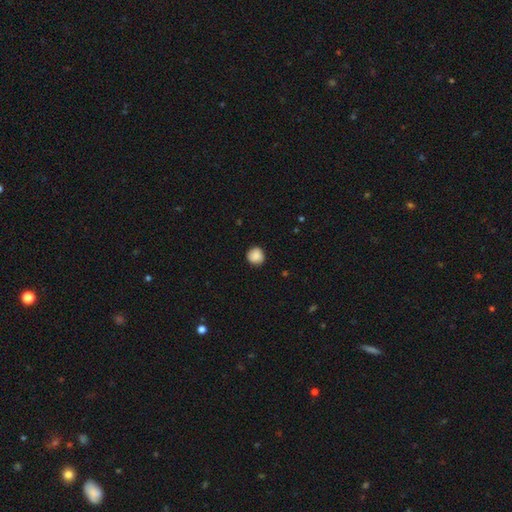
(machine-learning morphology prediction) smooth 88%, star or artifact 8%, featured or disk 4%. Down the decision tree: how rounded — round (92%); merging — none (88%).